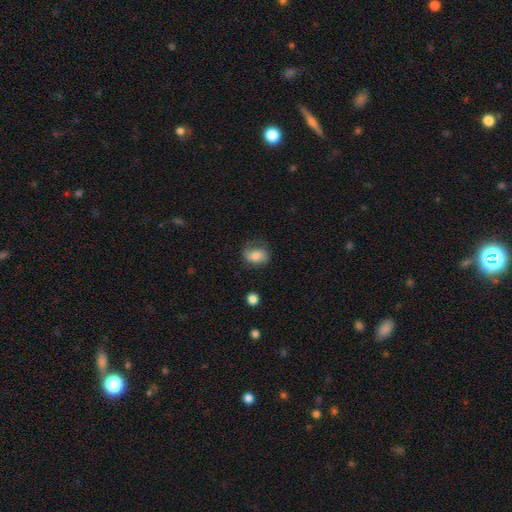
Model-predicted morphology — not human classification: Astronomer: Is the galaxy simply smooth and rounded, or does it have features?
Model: smooth — 58% (runner-up: featured or disk, 34%).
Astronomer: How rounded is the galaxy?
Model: in between — 62%.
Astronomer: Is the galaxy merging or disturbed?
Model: none — 56%.